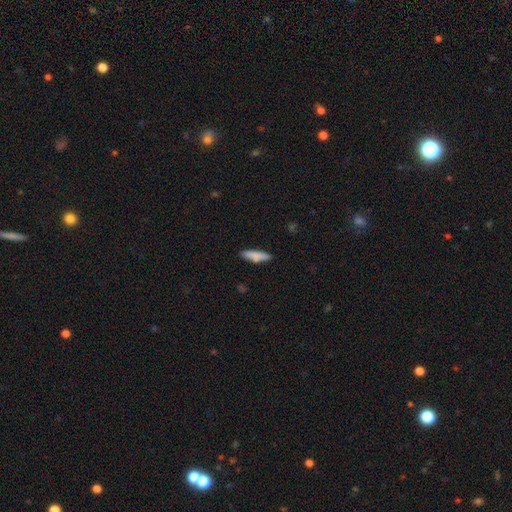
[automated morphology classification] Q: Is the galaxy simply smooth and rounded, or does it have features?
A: smooth — 83%.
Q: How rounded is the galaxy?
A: cigar-shaped — 70%.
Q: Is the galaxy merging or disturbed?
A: none — 83%.